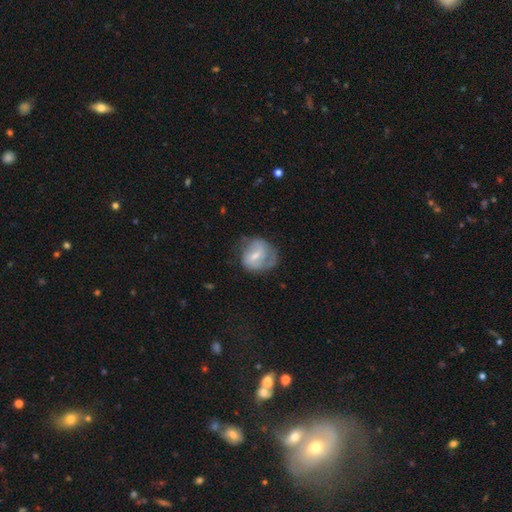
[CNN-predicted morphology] smooth-or-featured: featured or disk: 56% | smooth: 37% | star or artifact: 7%
  disk-edge-on: no: 97% | yes: 3%
    bar: weak: 57% | no: 24% | strong: 19%
    has-spiral-arms: yes: 72% | no: 28%
    bulge-size: moderate: 45% | small: 42% | none: 9% | large: 4% | dominant: 1%
  merging: none: 49% | minor disturbance: 29% | major disturbance: 20% | merger: 2%